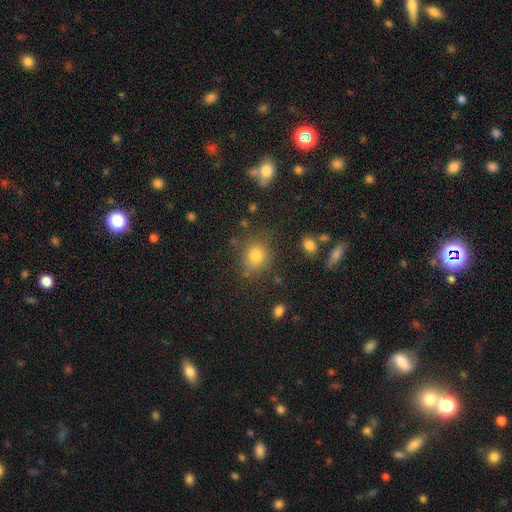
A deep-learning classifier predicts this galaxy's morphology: A smooth galaxy with no disk features (79%) that is round (79%).

Vote fractions:
- Smooth or featured? smooth: 79% / star or artifact: 13% / featured or disk: 8%
- How rounded? round: 79% / in between: 20% / cigar-shaped: 1%
- Merging? none: 78% / minor disturbance: 13% / major disturbance: 5% / merger: 5%